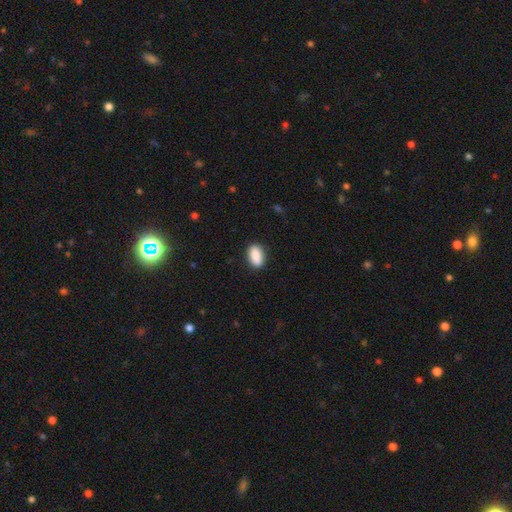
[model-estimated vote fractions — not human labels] Smooth or featured: smooth — 90% (star or artifact — 7%)
How rounded: in between — 90% (round — 6%)
Merging: none — 88% (minor disturbance — 9%)